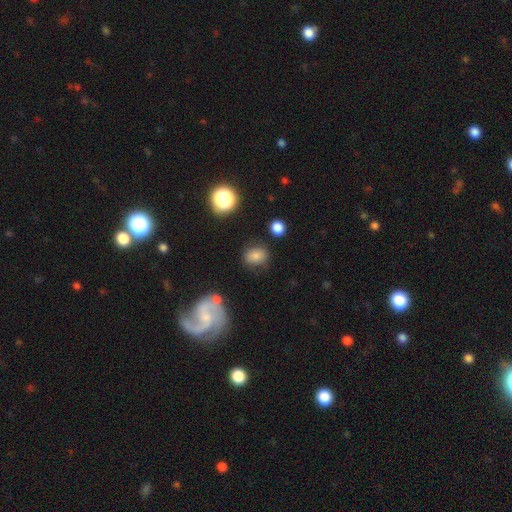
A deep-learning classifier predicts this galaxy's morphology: A smooth galaxy with no disk features (78%) that is in between round and cigar-shaped (54%). Merging: none (76%).